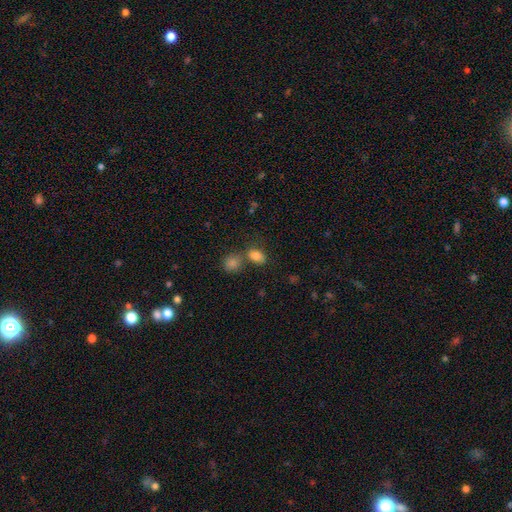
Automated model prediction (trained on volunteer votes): This is clearly a smooth galaxy (82%). How rounded: clearly in between (80%). Merging: possibly none (47%).